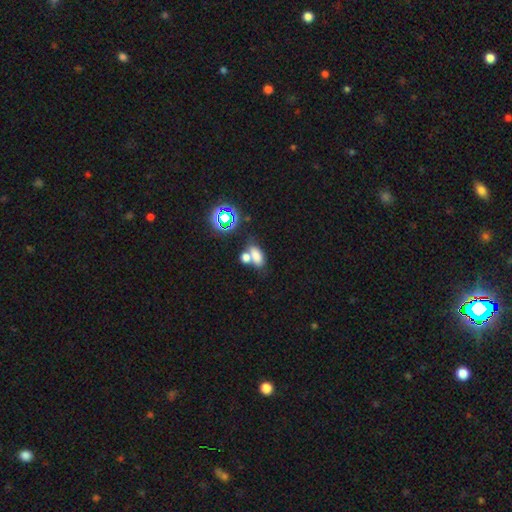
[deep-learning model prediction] This appears to be a smooth galaxy with no disk features (71%) that is in between round and cigar-shaped (81%). Merging: merger (46%).